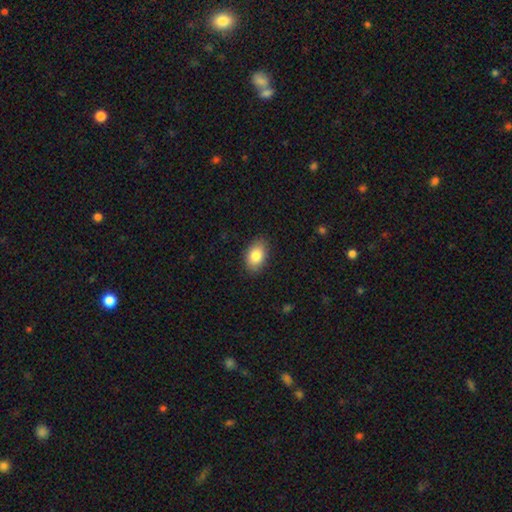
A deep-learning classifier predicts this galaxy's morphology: smooth_or_featured: smooth (p=0.84) [alt: featured or disk p=0.08]
how_rounded: in between (p=0.87) [alt: round p=0.11]
merging: none (p=0.87) [alt: minor disturbance p=0.10]